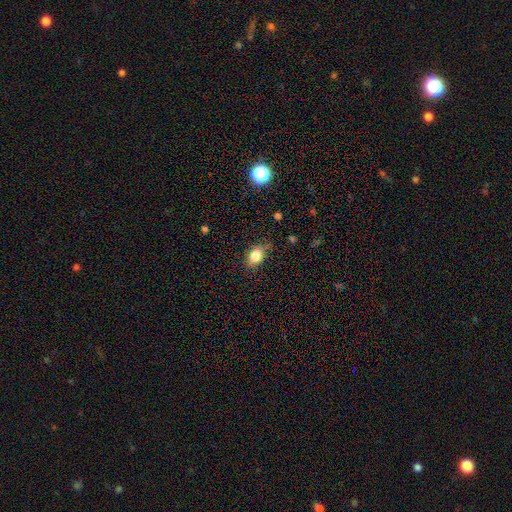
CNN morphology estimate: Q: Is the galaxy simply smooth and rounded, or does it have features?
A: smooth — 83%.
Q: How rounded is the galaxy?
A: in between — 72%.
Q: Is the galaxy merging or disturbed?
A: none — 68%.